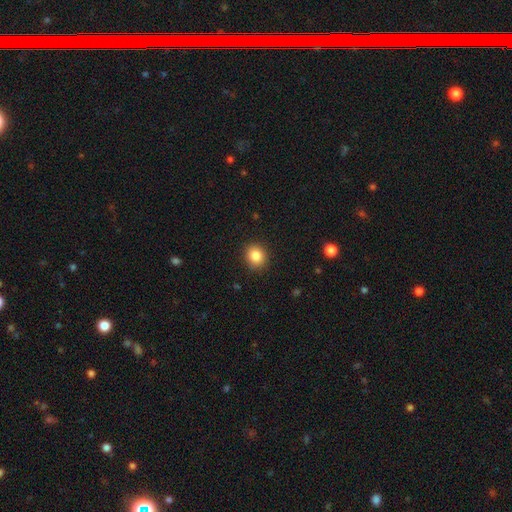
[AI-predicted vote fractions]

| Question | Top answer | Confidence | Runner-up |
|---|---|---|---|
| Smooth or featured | smooth | 85% | star or artifact (10%) |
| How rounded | round | 77% | in between (22%) |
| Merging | none | 90% | minor disturbance (7%) |